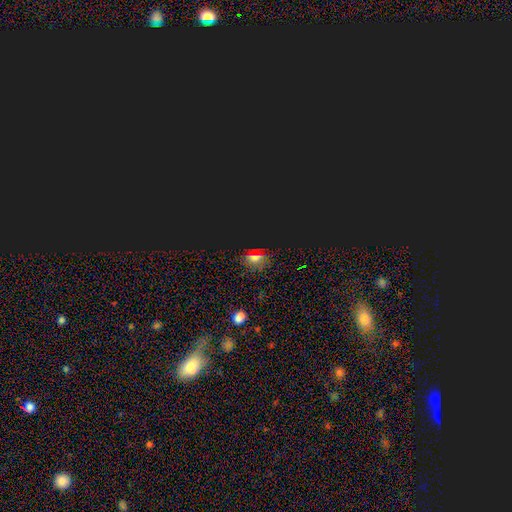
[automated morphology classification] Overall: star or artifact (55%; smooth 36%).